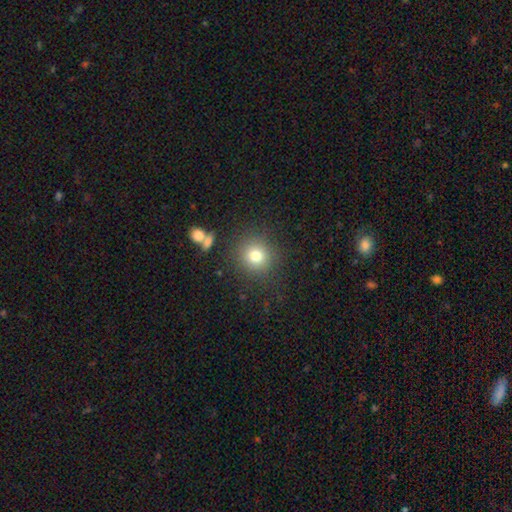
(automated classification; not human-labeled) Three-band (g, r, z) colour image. It shows a smooth galaxy with no disk features (77%) that is round (91%). Merging: none (85%).